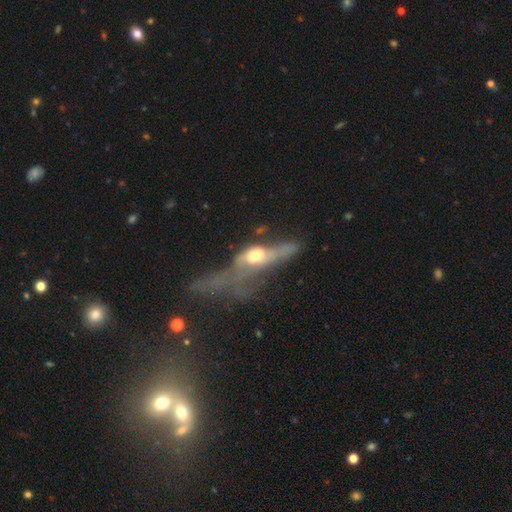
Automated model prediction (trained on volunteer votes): A featured or disk galaxy (50%).

Vote fractions:
- Smooth or featured? featured or disk: 50% / smooth: 41% / star or artifact: 9%
- Edge-on disk? no: 68% / yes: 32%
- Merging? major disturbance: 60% / merger: 19% / none: 11% / minor disturbance: 10%